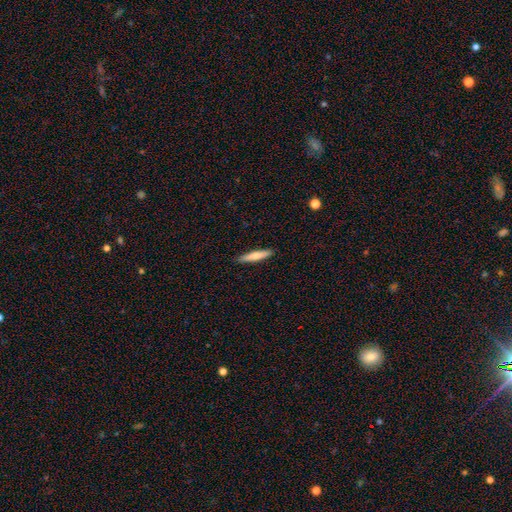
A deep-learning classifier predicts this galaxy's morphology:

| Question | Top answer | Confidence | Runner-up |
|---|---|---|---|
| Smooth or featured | smooth | 66% | featured or disk (28%) |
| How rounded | cigar-shaped | 90% | in between (9%) |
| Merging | none | 90% | minor disturbance (7%) |